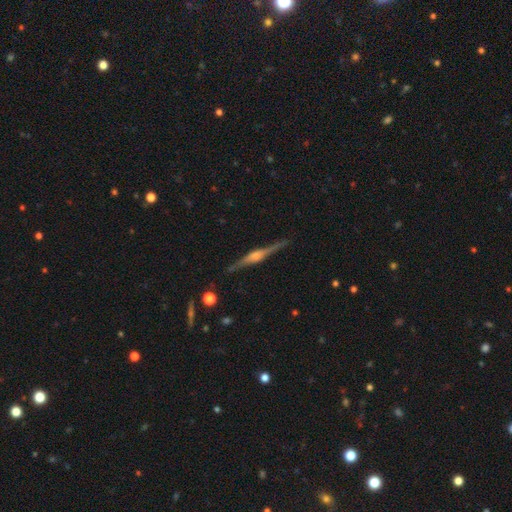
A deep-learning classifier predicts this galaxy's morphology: Smooth or featured?
  - featured or disk: 83% *
  - smooth: 12%
  - star or artifact: 6%
Edge-on disk?
  - yes: 98% *
  - no: 2%
Edge-on bulge?
  - rounded: 78% *
  - boxy: 18%
  - none: 4%
Merging?
  - none: 89% *
  - minor disturbance: 8%
  - major disturbance: 2%
  - merger: 1%